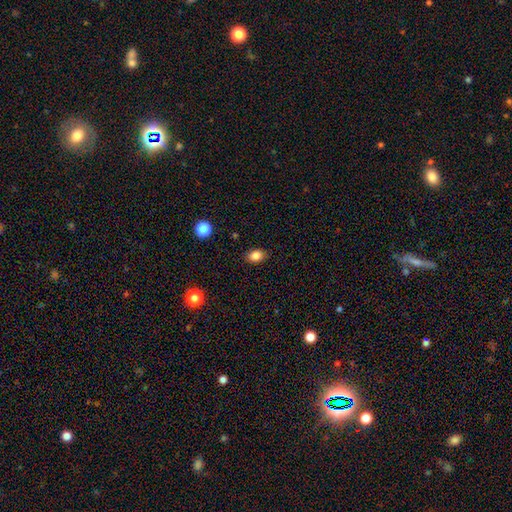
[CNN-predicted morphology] type=smooth (83%); roundness=in between (76%); merging=none (87%).